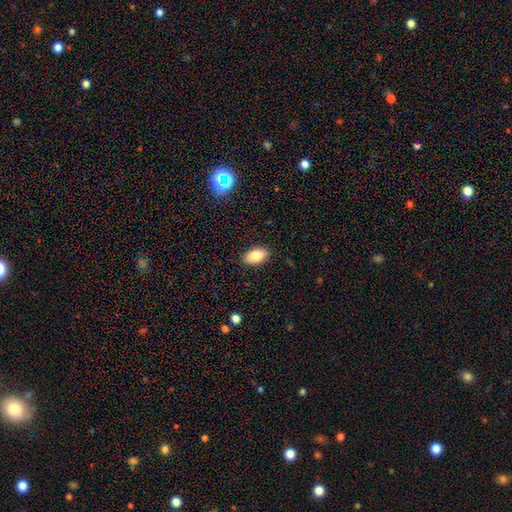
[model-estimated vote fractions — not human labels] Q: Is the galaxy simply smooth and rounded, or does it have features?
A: smooth — 82%.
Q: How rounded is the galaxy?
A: in between — 92%.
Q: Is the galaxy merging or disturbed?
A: none — 88%.